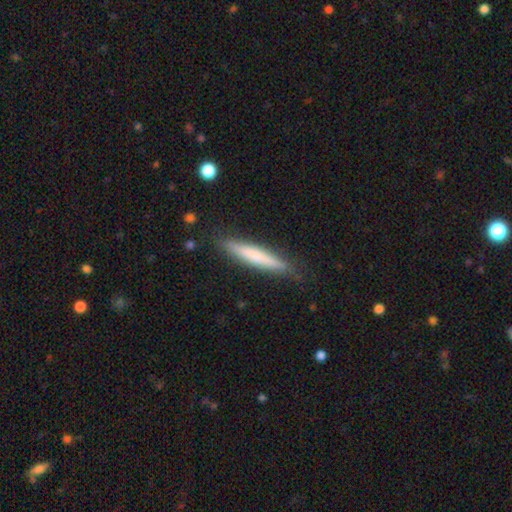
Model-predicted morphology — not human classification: Smooth or featured: smooth — 64% (featured or disk — 31%)
How rounded: cigar-shaped — 93% (in between — 5%)
Merging: none — 85% (minor disturbance — 11%)